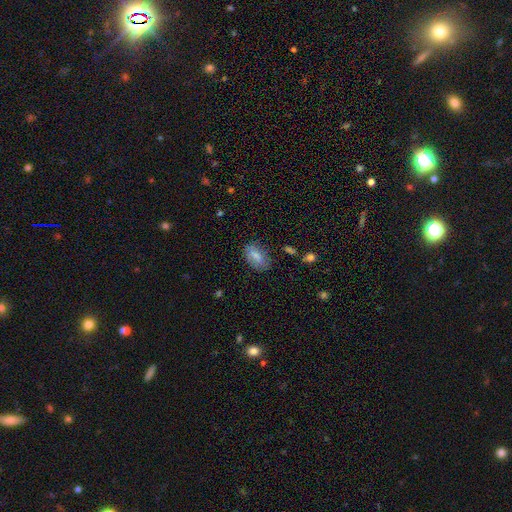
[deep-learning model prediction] Smooth or featured: smooth — 74% (featured or disk — 18%)
How rounded: in between — 91% (round — 6%)
Merging: none — 73% (minor disturbance — 20%)